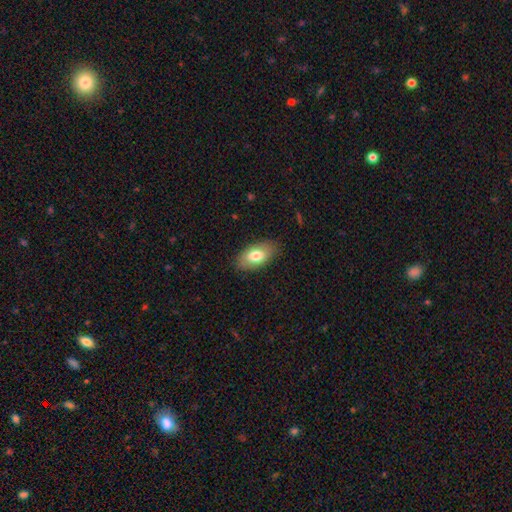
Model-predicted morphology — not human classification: Overall: smooth (77%). How rounded: in between (93%). Merging: none (84%).